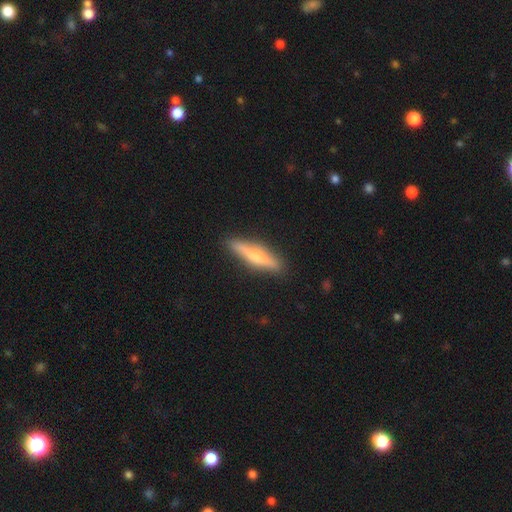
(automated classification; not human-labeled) This appears to be a featured or disk galaxy (48%). Merging: none (88%).